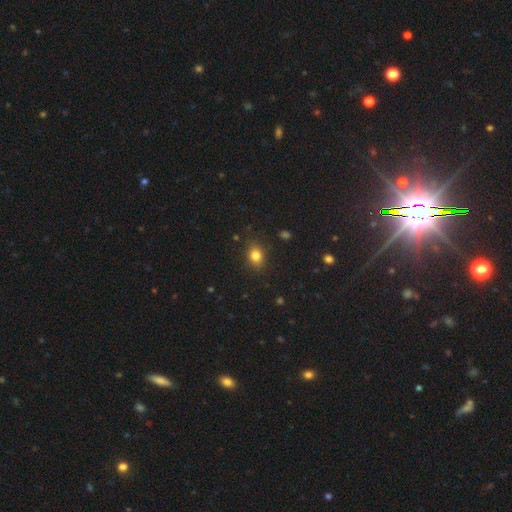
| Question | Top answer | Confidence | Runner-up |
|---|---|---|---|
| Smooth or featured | smooth | 80% | featured or disk (12%) |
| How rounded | in between | 56% | round (38%) |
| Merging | none | 86% | minor disturbance (14%) |